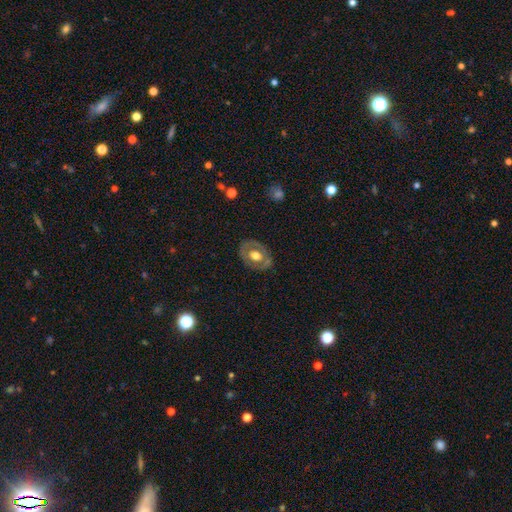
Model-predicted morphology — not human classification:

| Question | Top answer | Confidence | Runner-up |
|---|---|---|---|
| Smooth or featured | featured or disk | 52% | smooth (42%) |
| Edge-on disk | no | 92% | yes (8%) |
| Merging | none | 79% | minor disturbance (15%) |